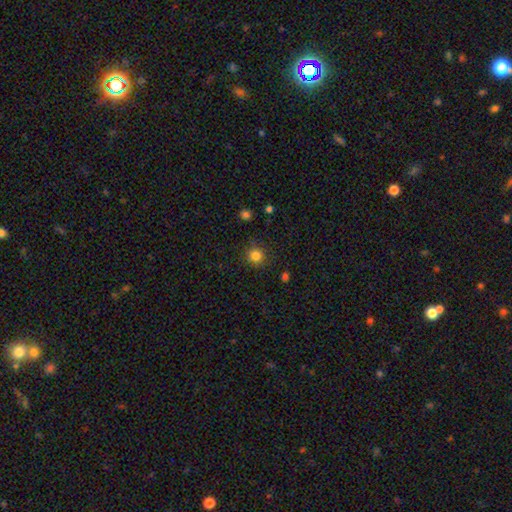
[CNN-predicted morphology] A smooth galaxy with no disk features (83%) that is round (93%). Merging: none (88%).